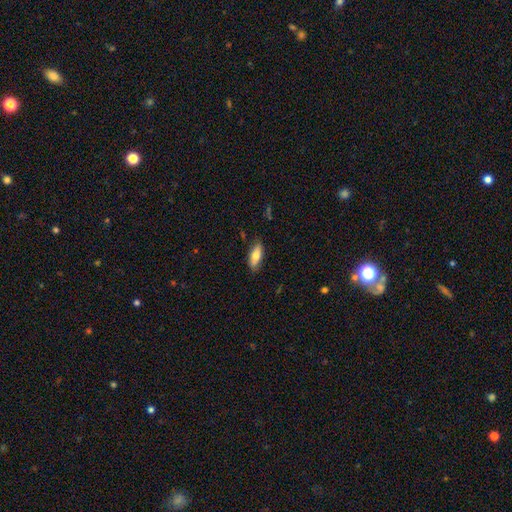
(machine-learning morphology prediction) Overall: smooth (71%). How rounded: in between (71%). Merging: none (82%).